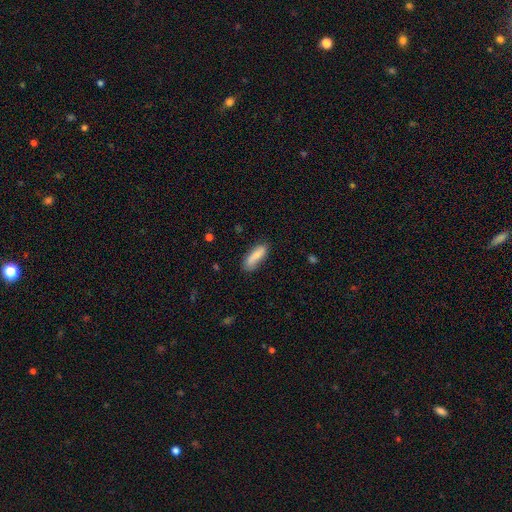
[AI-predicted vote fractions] smooth-or-featured: smooth: 81% | featured or disk: 13% | star or artifact: 7%
  how-rounded: in between: 55% | cigar-shaped: 43% | round: 2%
  merging: none: 73% | minor disturbance: 20% | major disturbance: 4% | merger: 3%